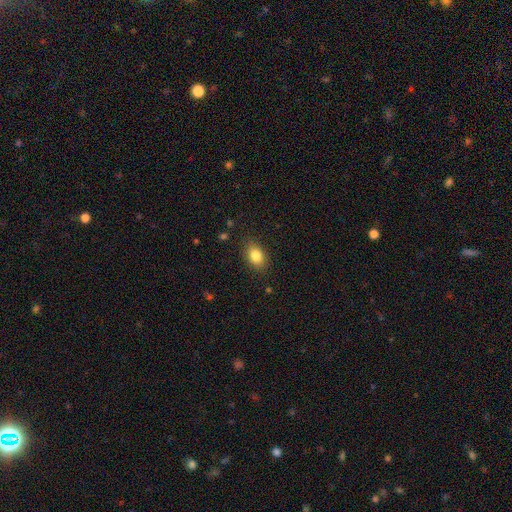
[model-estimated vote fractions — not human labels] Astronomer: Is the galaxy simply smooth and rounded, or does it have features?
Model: smooth — 83%.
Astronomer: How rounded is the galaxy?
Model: in between — 81%.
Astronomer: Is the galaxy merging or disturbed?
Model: none — 86%.